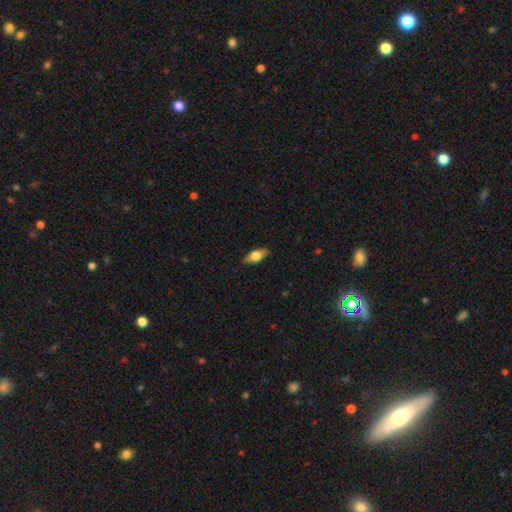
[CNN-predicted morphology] The model was most divided on "smooth or featured": smooth: 68%, featured or disk: 26%, star or artifact: 7%. More confident: merging — none (86%); how rounded — in between (79%).